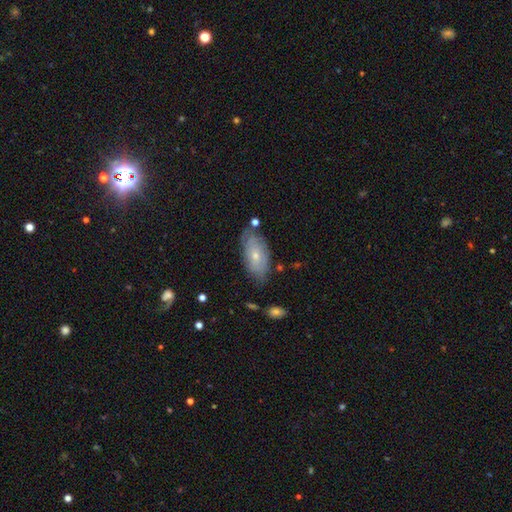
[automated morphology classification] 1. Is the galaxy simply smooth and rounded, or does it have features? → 47% smooth, 46% featured or disk, 7% star or artifact.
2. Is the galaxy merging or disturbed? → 68% none, 22% minor disturbance, 6% major disturbance, 4% merger.